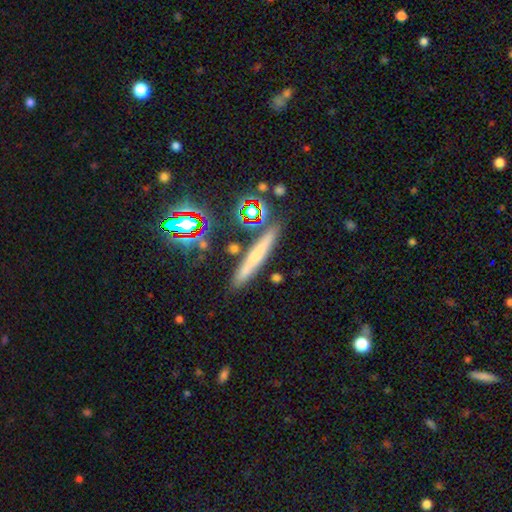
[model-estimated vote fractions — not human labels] Q: Smooth or featured?
A: smooth (48%); runner-up: featured or disk (34%)
Q: Merging?
A: none (83%); runner-up: minor disturbance (9%)